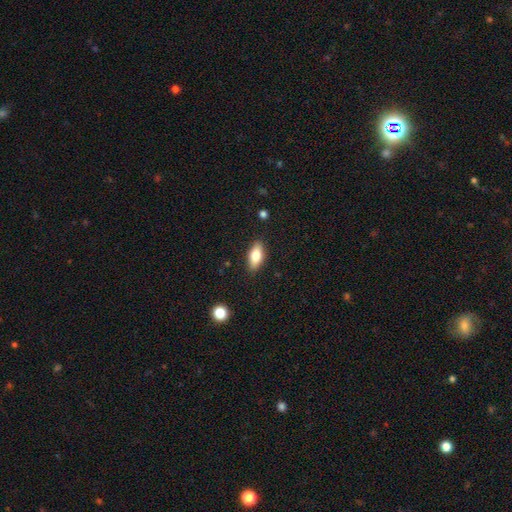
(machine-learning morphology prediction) Smooth or featured: smooth — 77% (featured or disk — 16%)
How rounded: in between — 83% (cigar-shaped — 14%)
Merging: none — 87% (minor disturbance — 10%)